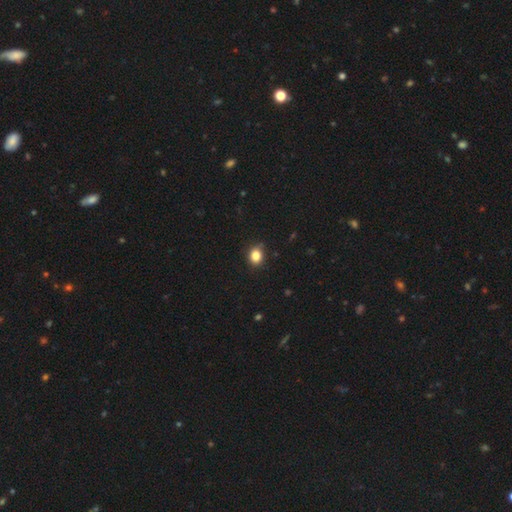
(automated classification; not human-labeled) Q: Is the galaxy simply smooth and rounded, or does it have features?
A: smooth — 84%.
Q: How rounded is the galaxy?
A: round — 59%.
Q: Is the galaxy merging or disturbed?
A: none — 80%.